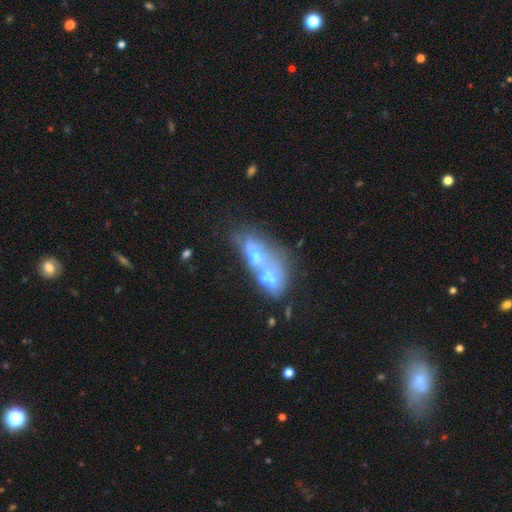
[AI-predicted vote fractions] This is possibly a featured or disk galaxy (51%). It is clearly not viewed edge-on (92%). Merging: possibly merger (53%).